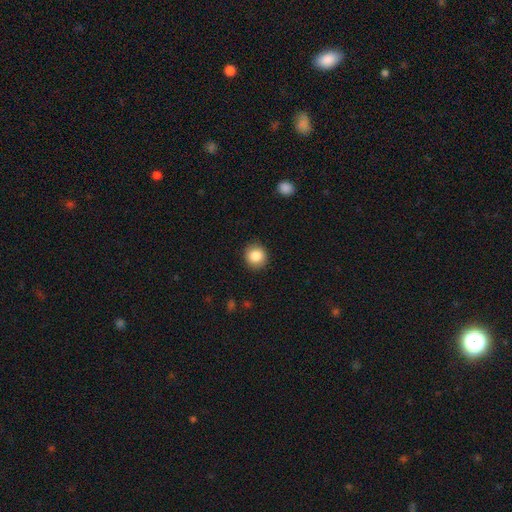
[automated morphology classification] type=smooth (86%); roundness=round (90%); merging=none (90%).